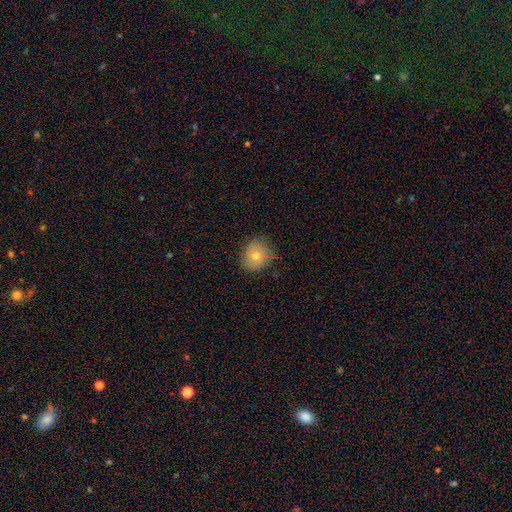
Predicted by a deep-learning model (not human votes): smooth_or_featured: smooth (p=0.67) [alt: featured or disk p=0.21]
how_rounded: round (p=0.78) [alt: in between p=0.21]
merging: none (p=0.79) [alt: minor disturbance p=0.16]